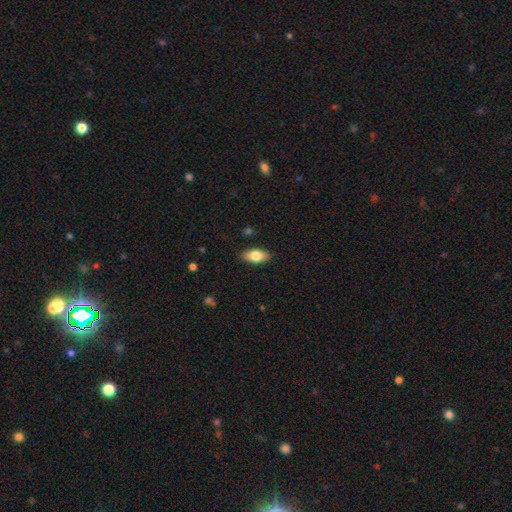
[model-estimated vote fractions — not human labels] Q: Smooth or featured?
A: smooth (79%); runner-up: featured or disk (14%)
Q: How rounded?
A: in between (89%); runner-up: cigar-shaped (7%)
Q: Merging?
A: none (87%); runner-up: minor disturbance (10%)